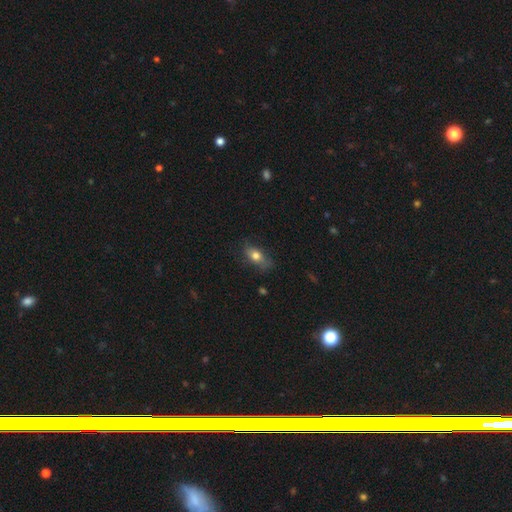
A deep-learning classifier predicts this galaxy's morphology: smooth-or-featured: smooth: 73% | featured or disk: 19% | star or artifact: 8%
  how-rounded: in between: 80% | round: 10% | cigar-shaped: 10%
  merging: none: 68% | minor disturbance: 24% | major disturbance: 7% | merger: 2%